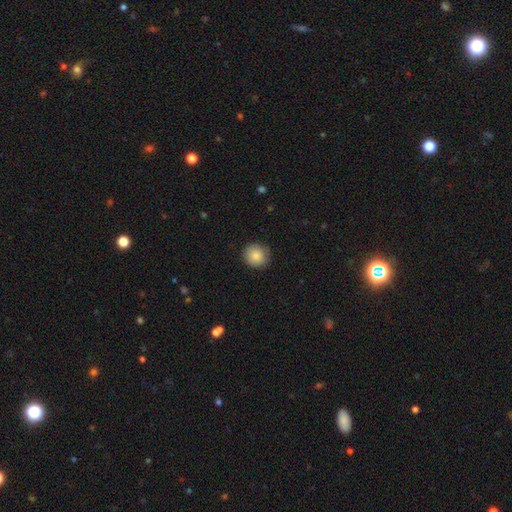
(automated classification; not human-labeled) A smooth galaxy with no disk features (85%) that is round (90%).

Vote fractions:
- Smooth or featured? smooth: 85% / star or artifact: 8% / featured or disk: 7%
- How rounded? round: 90% / in between: 9% / cigar-shaped: 1%
- Merging? none: 86% / minor disturbance: 11% / major disturbance: 2% / merger: 1%